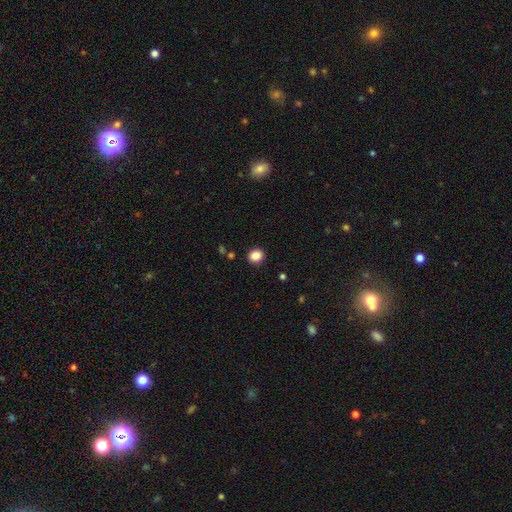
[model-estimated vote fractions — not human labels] A smooth galaxy with no disk features (87%) that is round (78%). Merging: none (90%).